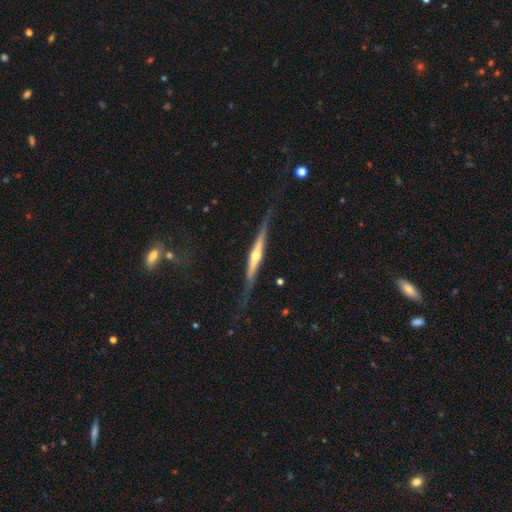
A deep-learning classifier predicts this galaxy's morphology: A featured or disk galaxy (79%) viewed edge-on (97%) with a rounded central bulge (85%). Merging: none (78%).